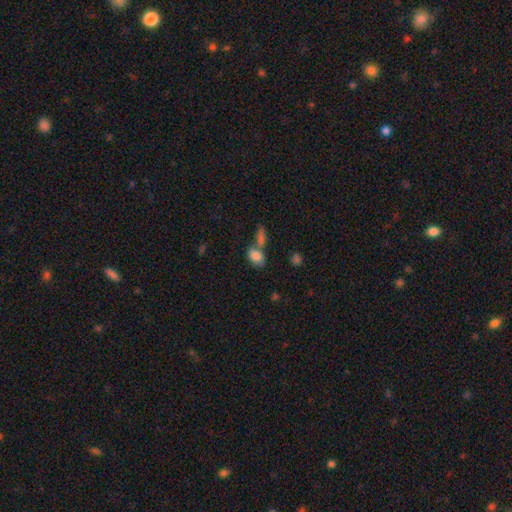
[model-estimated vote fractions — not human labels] This is clearly a smooth galaxy (83%). How rounded: clearly in between (84%). Merging: possibly merger (48%).